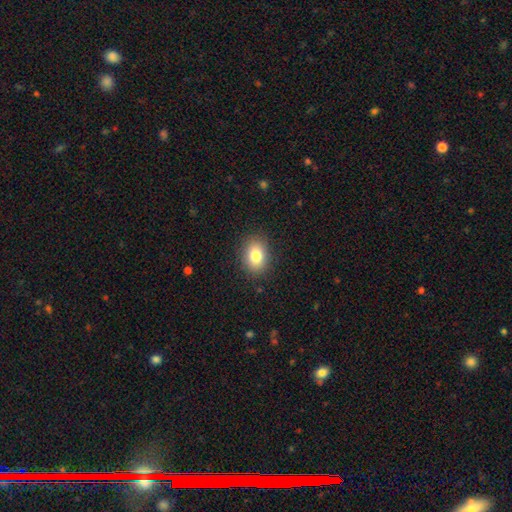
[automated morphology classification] This appears to be a smooth galaxy with no disk features (81%) that is in between round and cigar-shaped (66%). Merging: none (88%).